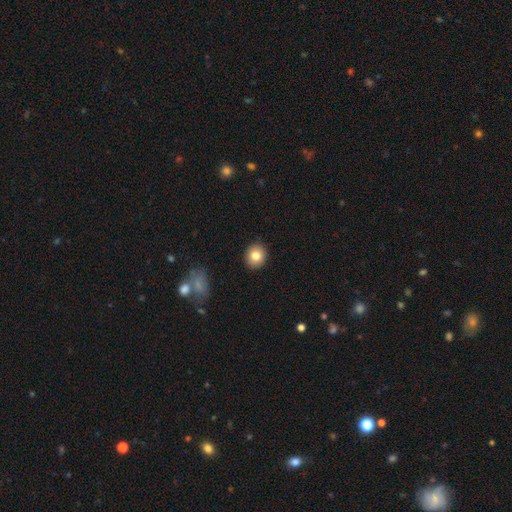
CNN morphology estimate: The model was most divided on "how rounded": round: 81%, in between: 18%, cigar-shaped: 1%. More confident: merging — none (91%); smooth or featured — smooth (82%).